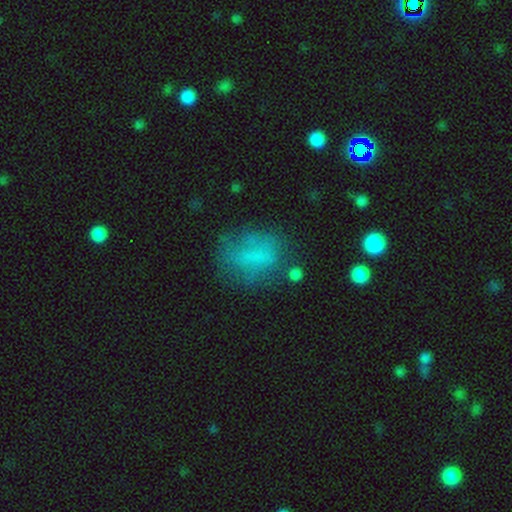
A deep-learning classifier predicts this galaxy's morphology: smooth_or_featured: smooth (p=0.64) [alt: featured or disk p=0.22]
how_rounded: in between (p=0.58) [alt: round p=0.38]
merging: none (p=0.57) [alt: minor disturbance p=0.22]